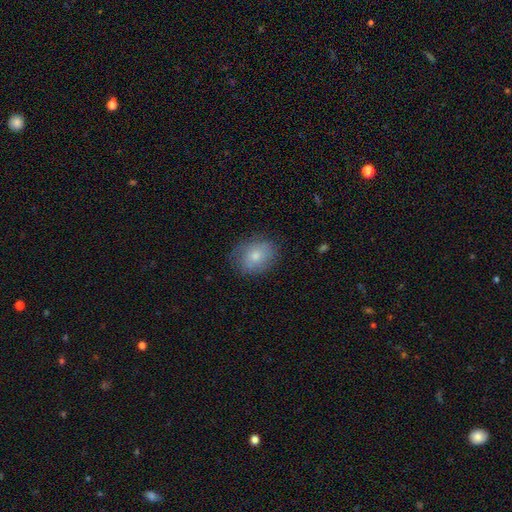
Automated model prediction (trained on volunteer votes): Smooth or featured? smooth (75%)
How rounded? in between (55%)
Merging? none (76%)